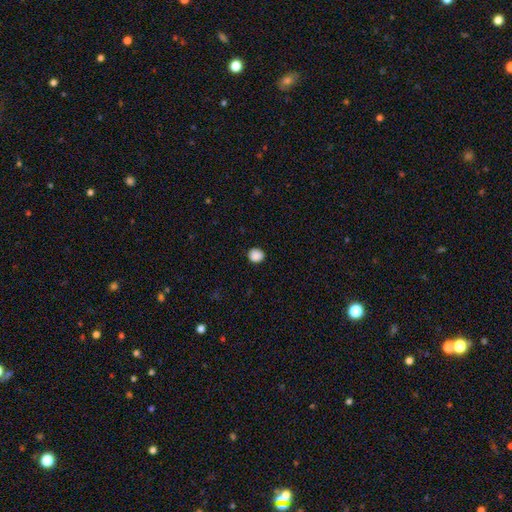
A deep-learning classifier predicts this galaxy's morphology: Smooth or featured? Predicted: smooth (p=0.88). How rounded? Predicted: round (p=0.83). Merging? Predicted: none (p=0.90).